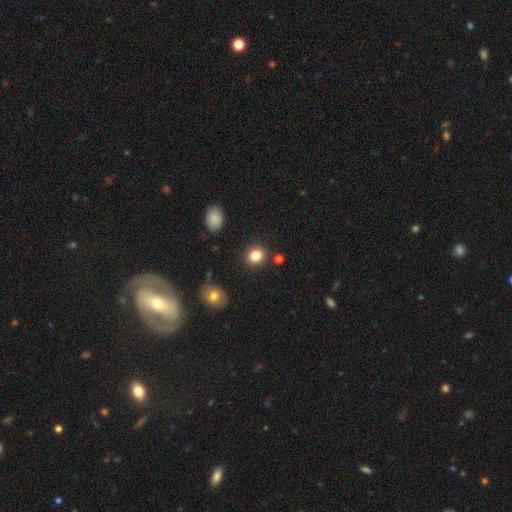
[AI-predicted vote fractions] Overall: smooth (84%). How rounded: round (79%). Merging: none (88%).